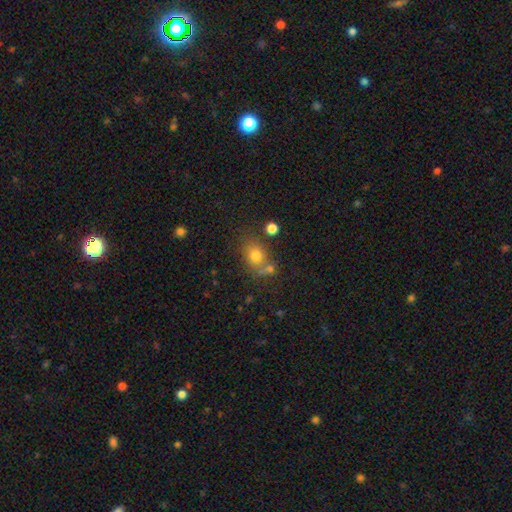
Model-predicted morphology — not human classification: This is likely a smooth galaxy (75%). How rounded: possibly round (52%). Merging: possibly none (59%).